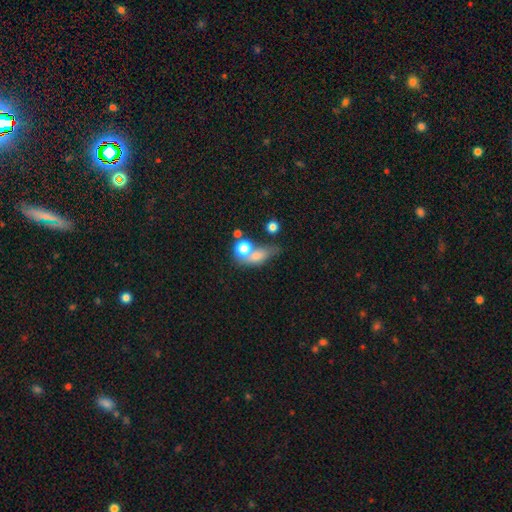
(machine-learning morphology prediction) smooth-or-featured: smooth: 60% | featured or disk: 22% | star or artifact: 18%
  how-rounded: in between: 51% | round: 36% | cigar-shaped: 13%
  merging: merger: 37% | none: 34% | minor disturbance: 15% | major disturbance: 14%